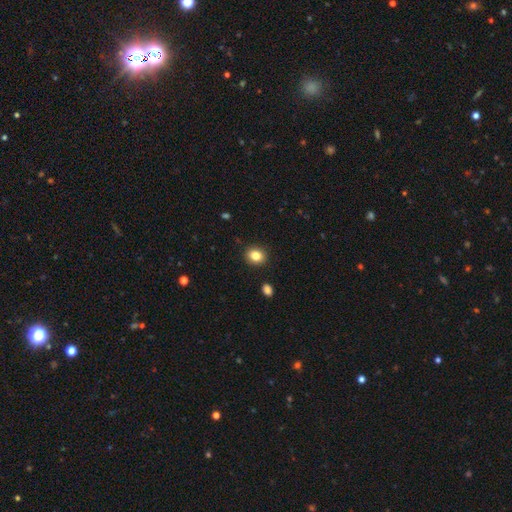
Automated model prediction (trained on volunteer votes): smooth_or_featured: smooth (p=0.84) [alt: star or artifact p=0.10]
how_rounded: round (p=0.61) [alt: in between p=0.38]
merging: none (p=0.90) [alt: minor disturbance p=0.06]